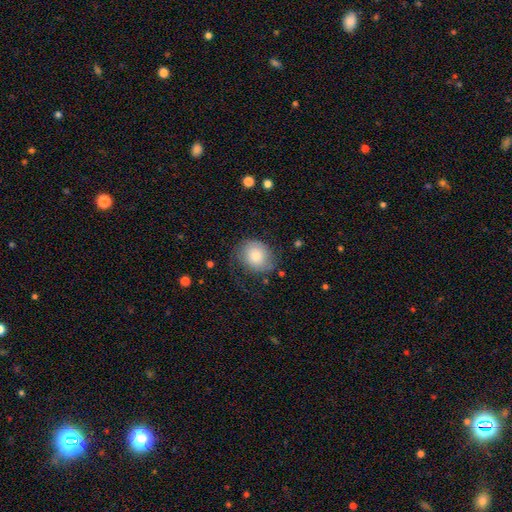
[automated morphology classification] Overall: smooth (70%). How rounded: round (56%; in between 44%). Merging: none (55%; minor disturbance 26%).